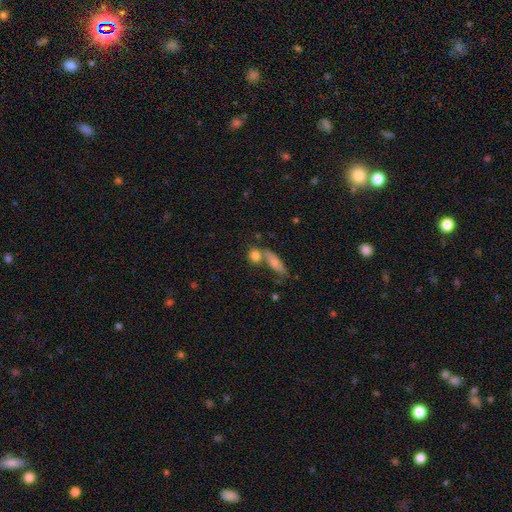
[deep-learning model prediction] Q: Smooth or featured?
A: smooth (79%); runner-up: featured or disk (12%)
Q: How rounded?
A: round (56%); runner-up: in between (33%)
Q: Merging?
A: none (52%); runner-up: merger (34%)